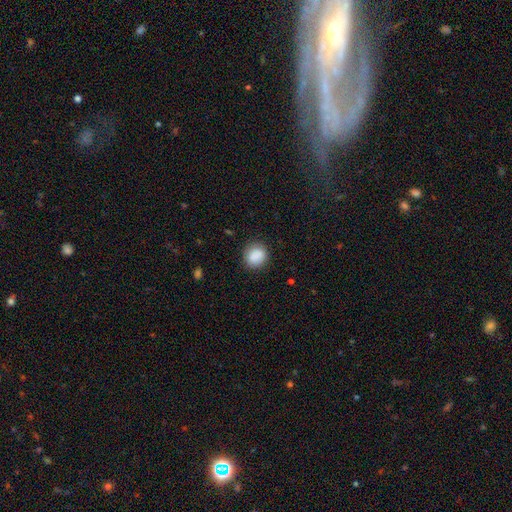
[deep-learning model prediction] Overall: smooth (88%). How rounded: round (76%). Merging: none (85%).